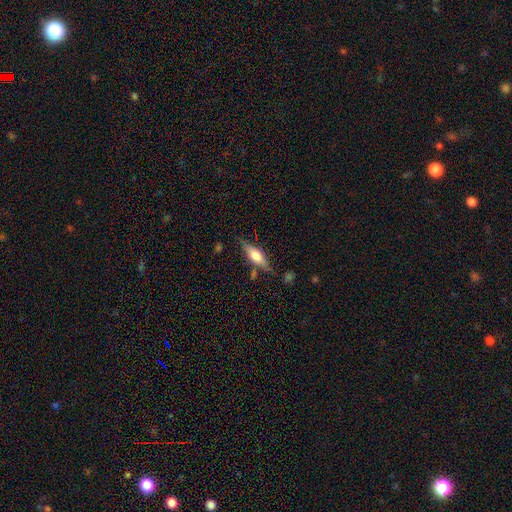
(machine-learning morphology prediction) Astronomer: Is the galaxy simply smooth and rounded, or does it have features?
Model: smooth — 52% (runner-up: featured or disk, 42%).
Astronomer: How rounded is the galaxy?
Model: in between — 53% (runner-up: cigar-shaped, 45%).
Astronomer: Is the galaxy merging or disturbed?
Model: none — 74%.